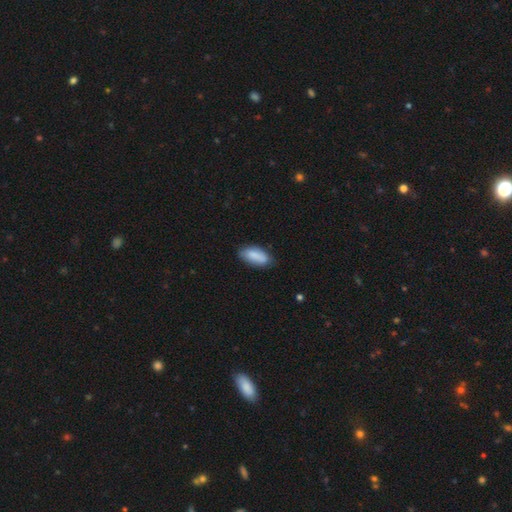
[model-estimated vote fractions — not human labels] Smooth or featured? Predicted: smooth (p=0.85). How rounded? Predicted: in between (p=0.88). Merging? Predicted: none (p=0.73).